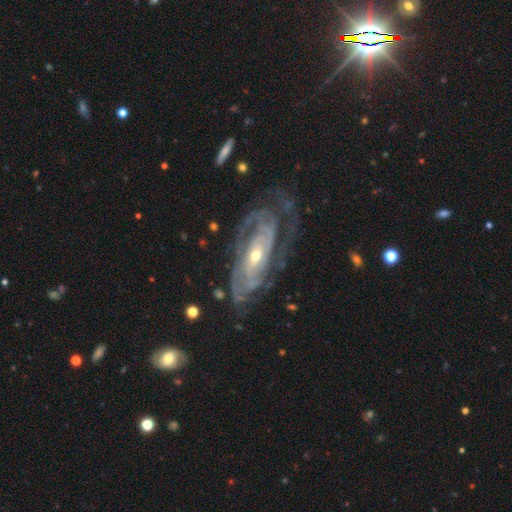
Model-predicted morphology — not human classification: smooth_or_featured: featured or disk (p=0.88) [alt: smooth p=0.07]
disk_edge_on: no (p=0.92) [alt: yes p=0.08]
bar: no (p=0.62) [alt: weak p=0.26]
has_spiral_arms: yes (p=0.93) [alt: no p=0.07]
spiral_winding: tight (p=0.69) [alt: medium p=0.24]
spiral_arm_count: can't tell (p=0.38) [alt: 2 p=0.28]
bulge_size: small (p=0.53) [alt: moderate p=0.43]
merging: none (p=0.63) [alt: minor disturbance p=0.20]